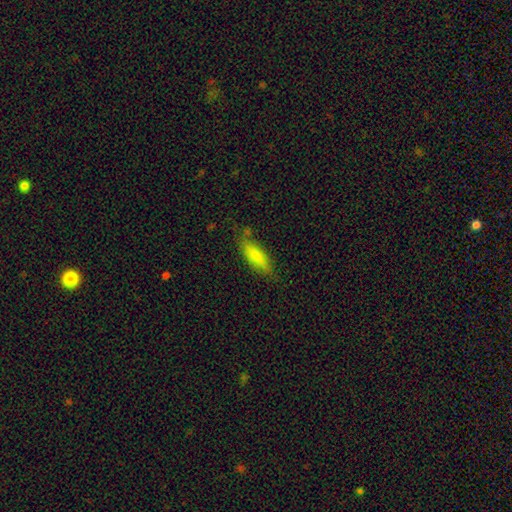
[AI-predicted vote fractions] Morphology: type=smooth (81%); roundness=in between (52%); merging=none (72%).